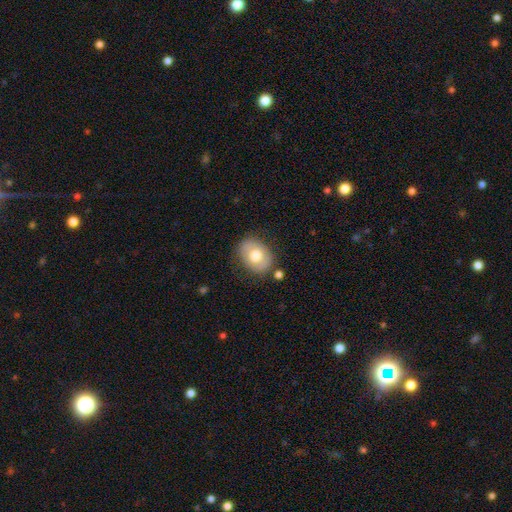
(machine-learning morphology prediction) Smooth or featured?
  - smooth: 69% *
  - featured or disk: 24%
  - star or artifact: 7%
How rounded?
  - in between: 60% *
  - round: 39%
  - cigar-shaped: 1%
Merging?
  - none: 79% *
  - minor disturbance: 14%
  - major disturbance: 4%
  - merger: 3%